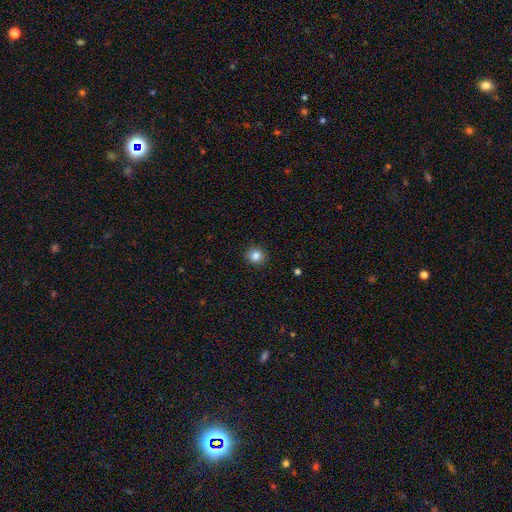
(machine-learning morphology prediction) type=smooth (84%); roundness=round (90%); merging=none (92%).